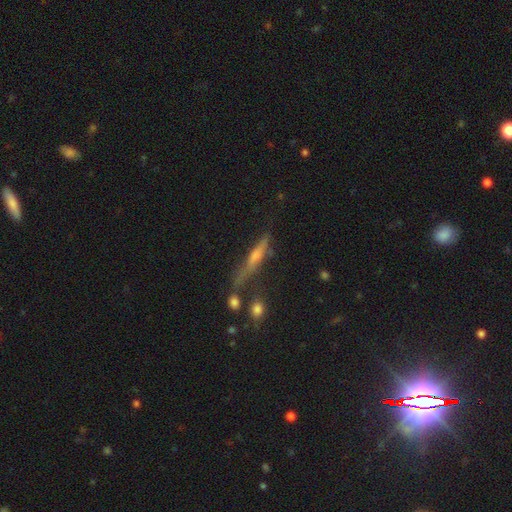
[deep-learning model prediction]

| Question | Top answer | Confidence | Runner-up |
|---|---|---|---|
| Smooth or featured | featured or disk | 55% | smooth (33%) |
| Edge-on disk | yes | 88% | no (12%) |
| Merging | none | 57% | minor disturbance (20%) |